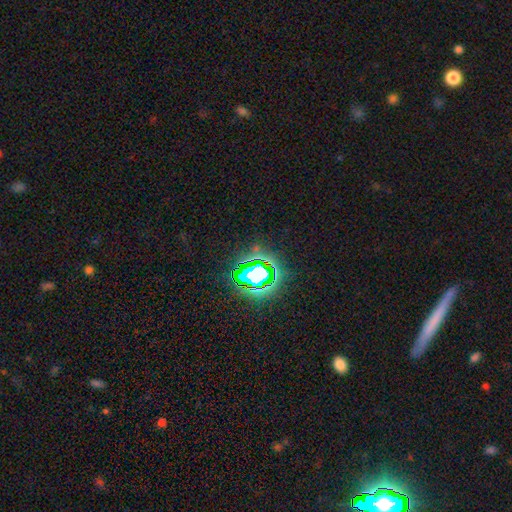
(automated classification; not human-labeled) This appears to be a star or artifact, not a galaxy (80%).